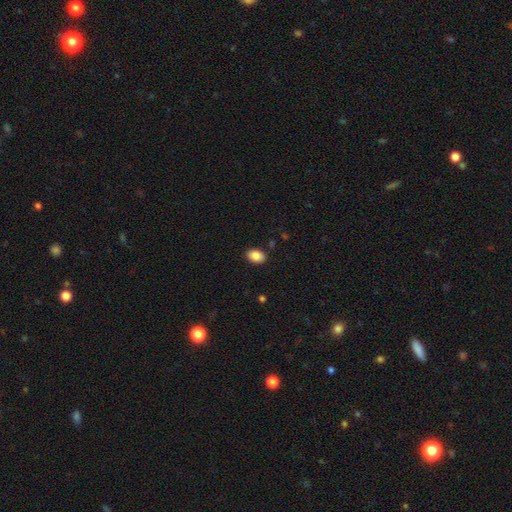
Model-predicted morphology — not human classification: This is clearly a smooth galaxy (87%). How rounded: clearly in between (82%). Merging: clearly none (88%).